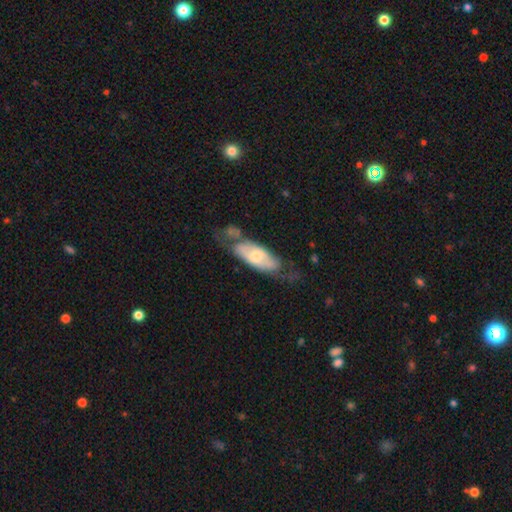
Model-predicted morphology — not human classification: Smooth or featured? featured or disk (52%)
Edge-on disk? no (78%)
Merging? none (44%)